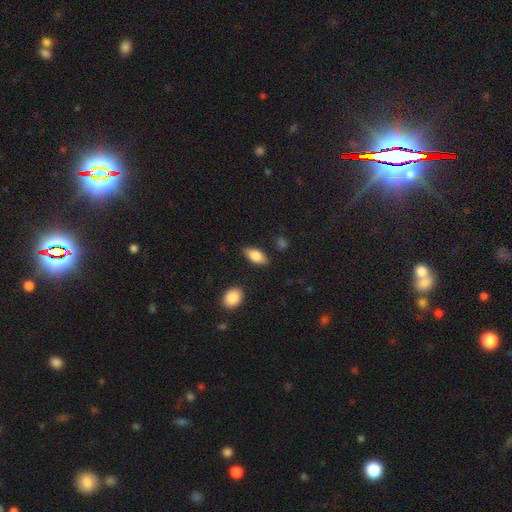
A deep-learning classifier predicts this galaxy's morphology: type=smooth (79%); roundness=in between (87%); merging=none (83%).